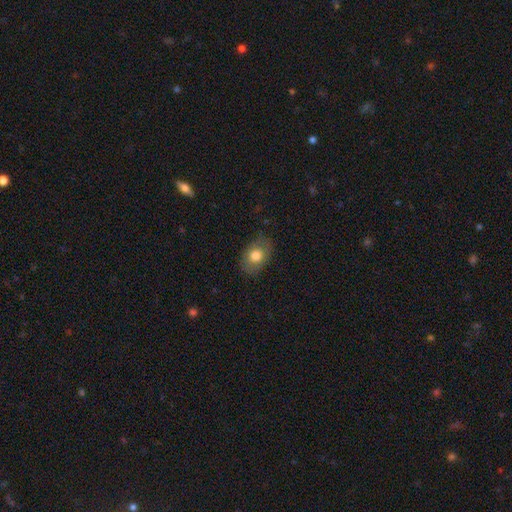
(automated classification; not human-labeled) A smooth galaxy with no disk features (76%) that is in between round and cigar-shaped (79%). Merging: none (81%).